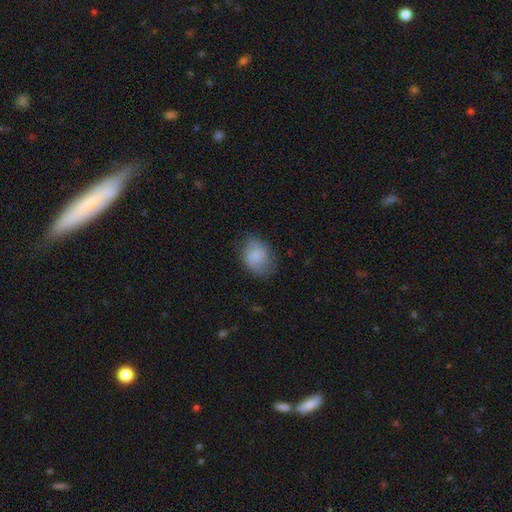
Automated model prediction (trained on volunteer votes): smooth 69%, featured or disk 23%, star or artifact 8%. Down the decision tree: how rounded — in between (61%); merging — none (68%).